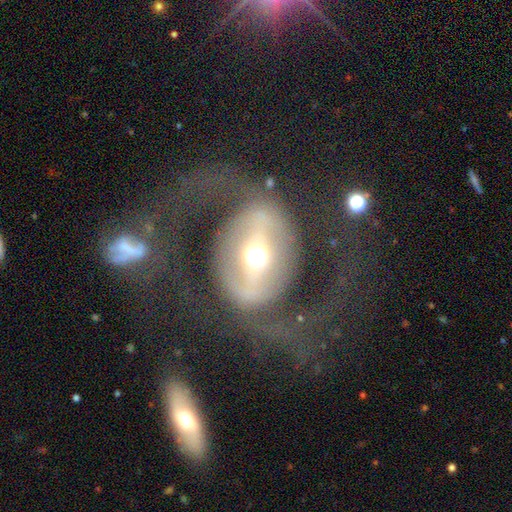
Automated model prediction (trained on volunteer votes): The model was most divided on "bar": strong: 45%, weak: 29%, no: 26%. More confident: edge-on disk — no (88%); smooth or featured — featured or disk (65%); spiral arms — no (63%); merging — none (60%); bulge size — moderate (59%).